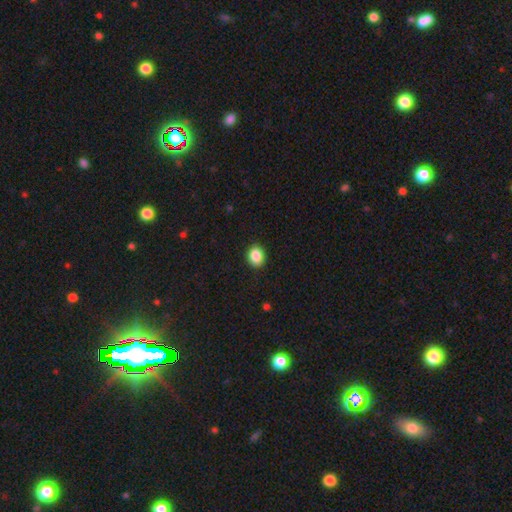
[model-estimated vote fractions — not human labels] Smooth or featured?
  - smooth: 88% *
  - star or artifact: 9%
  - featured or disk: 4%
How rounded?
  - round: 54% *
  - in between: 45%
  - cigar-shaped: 1%
Merging?
  - none: 91% *
  - minor disturbance: 7%
  - major disturbance: 2%
  - merger: 1%